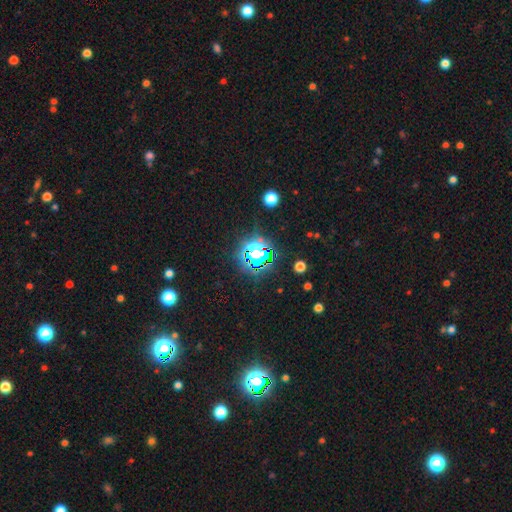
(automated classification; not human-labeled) Morphology: type=star or artifact (80%).